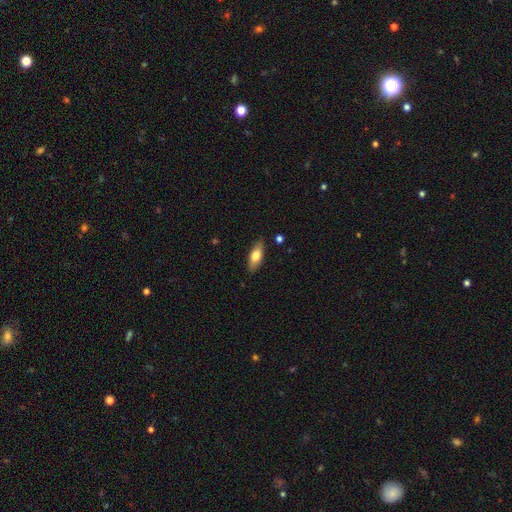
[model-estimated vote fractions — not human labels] A smooth galaxy with no disk features (70%) that is in between round and cigar-shaped (76%).

Vote fractions:
- Smooth or featured? smooth: 70% / featured or disk: 23% / star or artifact: 6%
- How rounded? in between: 76% / cigar-shaped: 21% / round: 3%
- Merging? none: 85% / minor disturbance: 11% / major disturbance: 2% / merger: 2%